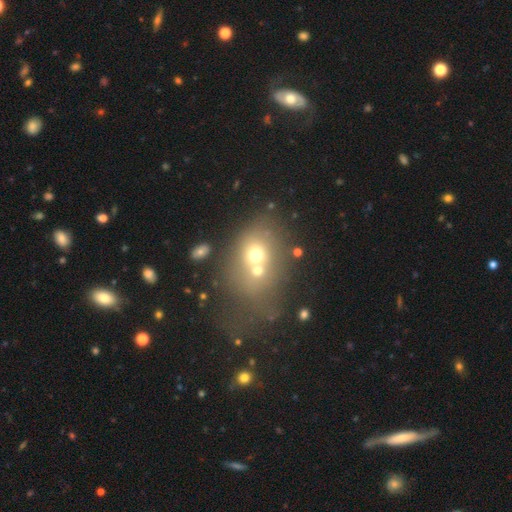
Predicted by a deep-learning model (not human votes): Smooth or featured?
  - smooth: 58% *
  - featured or disk: 25%
  - star or artifact: 17%
How rounded?
  - round: 53% *
  - in between: 46%
  - cigar-shaped: 1%
Merging?
  - merger: 51% *
  - none: 27%
  - major disturbance: 11%
  - minor disturbance: 11%